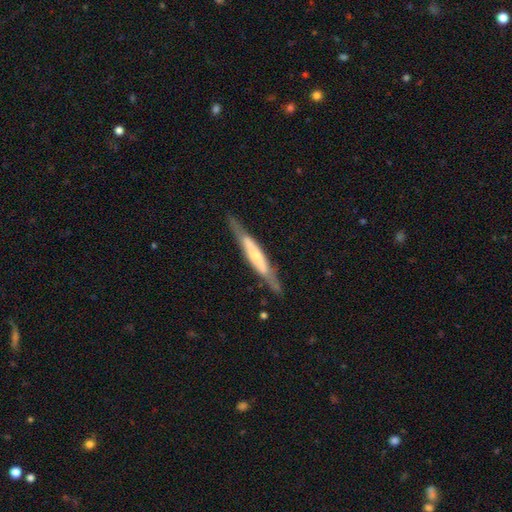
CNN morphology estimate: Smooth or featured?
  - featured or disk: 61% *
  - smooth: 33%
  - star or artifact: 5%
Edge-on disk?
  - yes: 85% *
  - no: 15%
Edge-on bulge?
  - rounded: 45% *
  - none: 32%
  - boxy: 24%
Merging?
  - none: 81% *
  - minor disturbance: 14%
  - major disturbance: 4%
  - merger: 2%